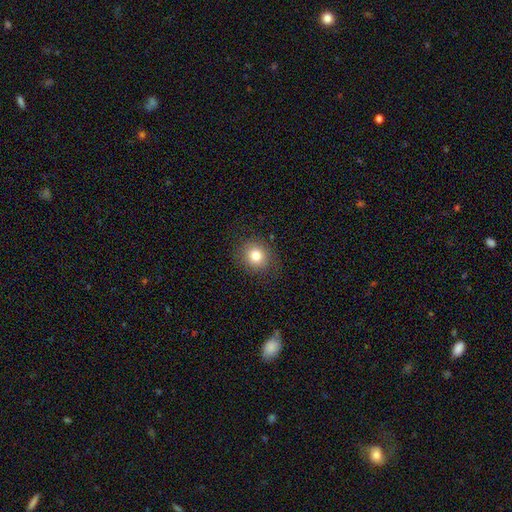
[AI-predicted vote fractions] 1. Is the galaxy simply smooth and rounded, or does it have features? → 80% smooth, 11% star or artifact, 9% featured or disk.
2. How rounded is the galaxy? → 81% round, 18% in between, 1% cigar-shaped.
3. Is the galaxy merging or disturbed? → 87% none, 9% minor disturbance, 3% major disturbance, 1% merger.